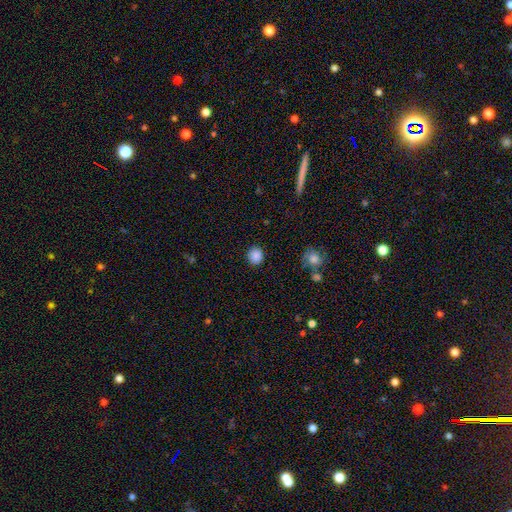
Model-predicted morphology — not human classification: This appears to be a smooth galaxy with no disk features (87%) that is round (83%). Merging: none (89%).